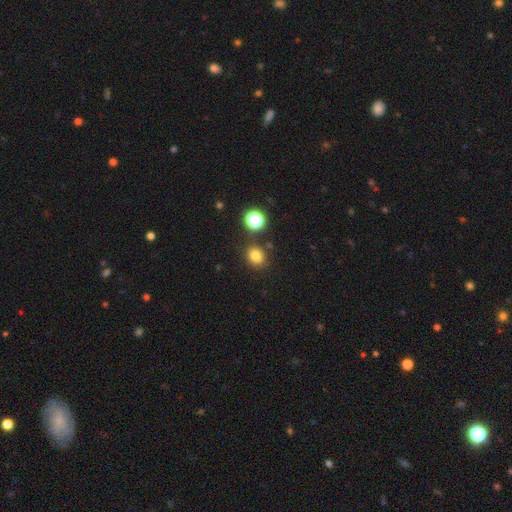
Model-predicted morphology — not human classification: smooth_or_featured: smooth (p=0.78) [alt: star or artifact p=0.15]
how_rounded: round (p=0.64) [alt: in between p=0.35]
merging: none (p=0.81) [alt: minor disturbance p=0.10]